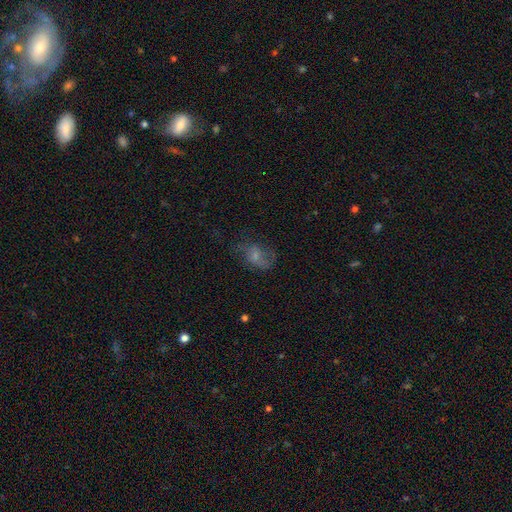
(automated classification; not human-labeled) This appears to be a smooth galaxy with no disk features (49%). Merging: none (41%).